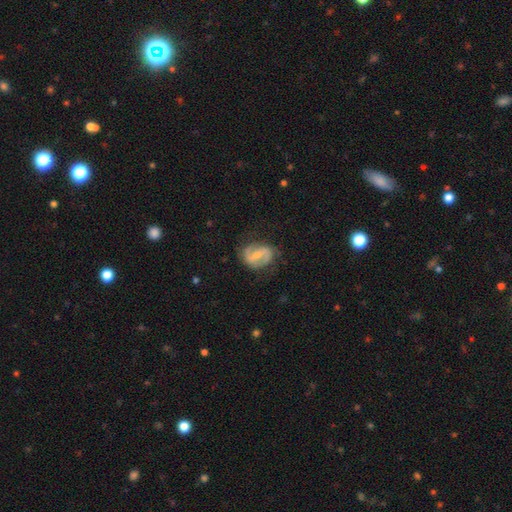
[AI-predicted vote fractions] This is likely a featured or disk galaxy (71%). It is clearly not viewed edge-on (97%). Bar: possibly weak (46%). Spiral arm pattern: clearly yes (83%). Spiral arm count: clearly 2 (83%). Spiral winding: possibly medium (47%). Central bulge: marginally small (44%, tied with moderate). Merging: likely none (67%).